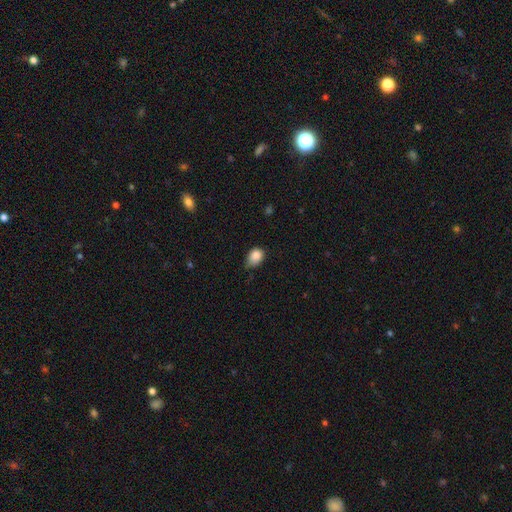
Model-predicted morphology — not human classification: smooth 86%, star or artifact 9%, featured or disk 5%. Down the decision tree: how rounded — in between (63%); merging — none (52%).